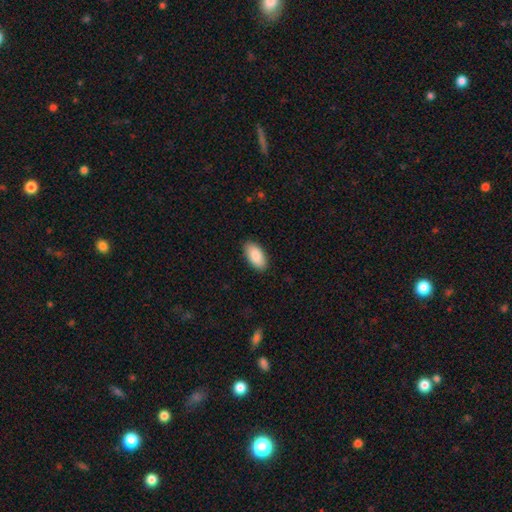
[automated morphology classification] smooth-or-featured: smooth: 88% | featured or disk: 6% | star or artifact: 6%
  how-rounded: in between: 95% | cigar-shaped: 3% | round: 2%
  merging: none: 89% | minor disturbance: 9% | major disturbance: 2% | merger: 1%